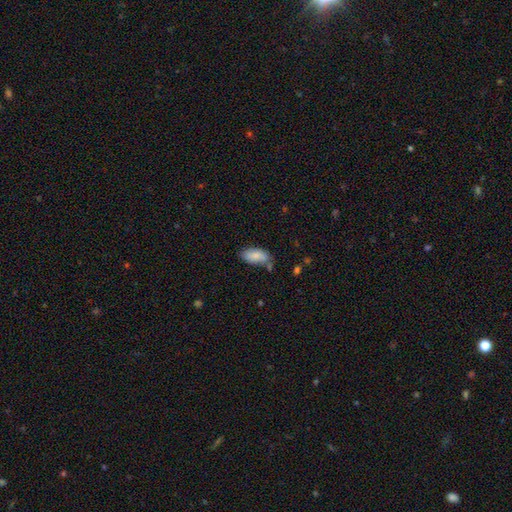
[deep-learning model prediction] smooth 83%, featured or disk 10%, star or artifact 7%. Down the decision tree: how rounded — in between (92%); merging — none (59%).